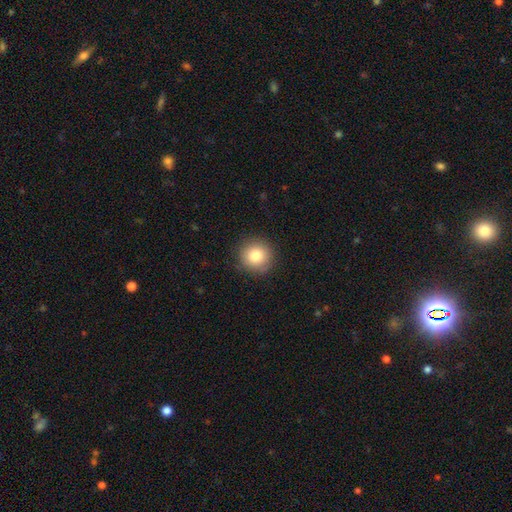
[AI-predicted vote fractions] A smooth galaxy with no disk features (81%) that is round (94%).

Vote fractions:
- Smooth or featured? smooth: 81% / star or artifact: 10% / featured or disk: 9%
- How rounded? round: 94% / in between: 5% / cigar-shaped: 1%
- Merging? none: 89% / minor disturbance: 7% / major disturbance: 2% / merger: 1%